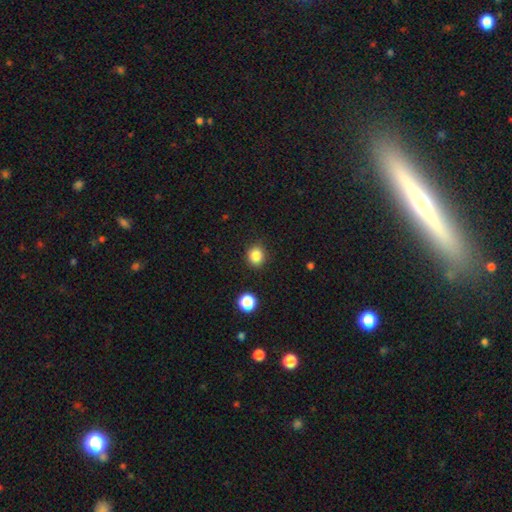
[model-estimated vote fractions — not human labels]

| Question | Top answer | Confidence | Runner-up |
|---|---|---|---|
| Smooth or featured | smooth | 85% | star or artifact (11%) |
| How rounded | round | 79% | in between (20%) |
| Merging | none | 88% | minor disturbance (8%) |